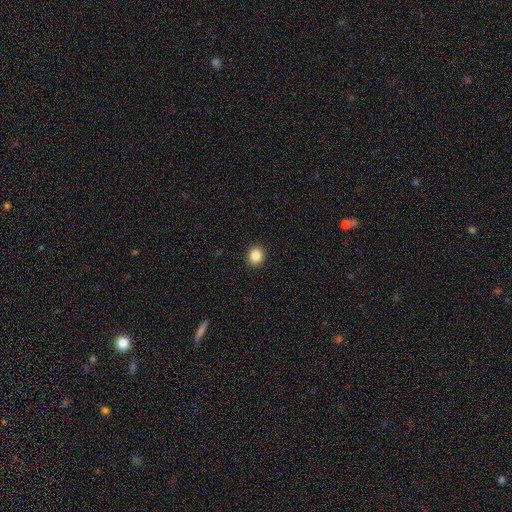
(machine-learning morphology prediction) smooth_or_featured: smooth (p=0.86) [alt: star or artifact p=0.10]
how_rounded: round (p=0.76) [alt: in between p=0.24]
merging: none (p=0.92) [alt: minor disturbance p=0.06]